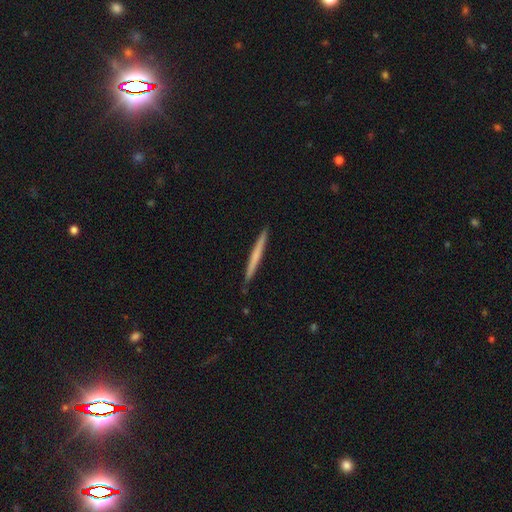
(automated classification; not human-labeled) This appears to be a smooth galaxy with no disk features (55%) that is cigar-shaped (97%). Merging: none (92%).